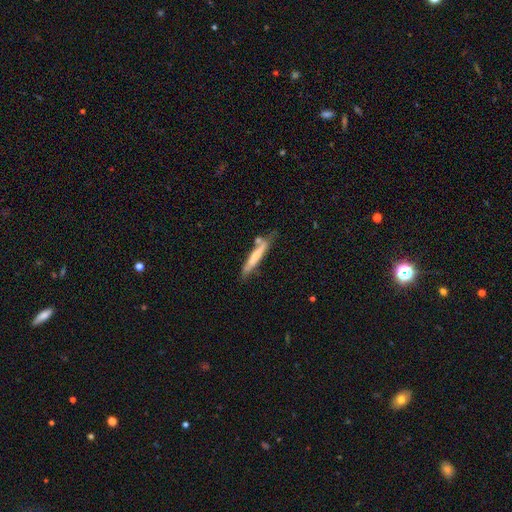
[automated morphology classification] A smooth galaxy with no disk features (57%) that is cigar-shaped (93%). Merging: none (59%).